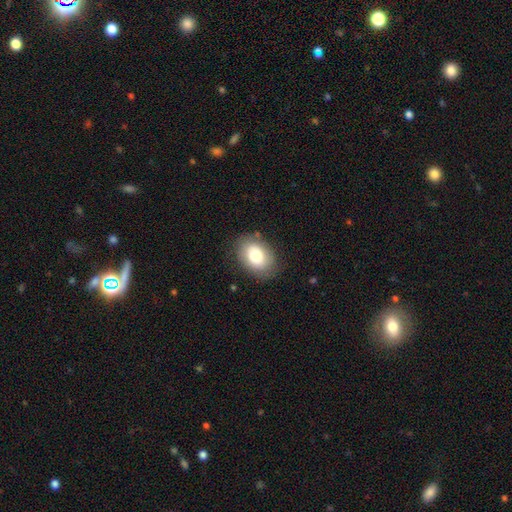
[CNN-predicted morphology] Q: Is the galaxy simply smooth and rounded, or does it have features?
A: smooth — 77%.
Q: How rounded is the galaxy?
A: in between — 74%.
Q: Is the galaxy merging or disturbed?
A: none — 82%.